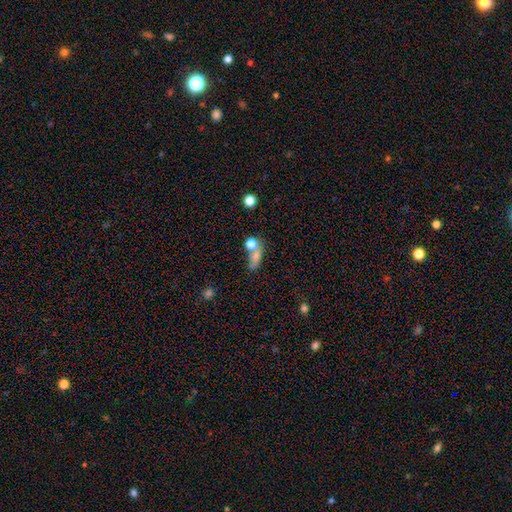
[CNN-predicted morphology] Smooth or featured? Predicted: smooth (p=0.69). How rounded? Predicted: in between (p=0.49). Merging? Predicted: none (p=0.39).